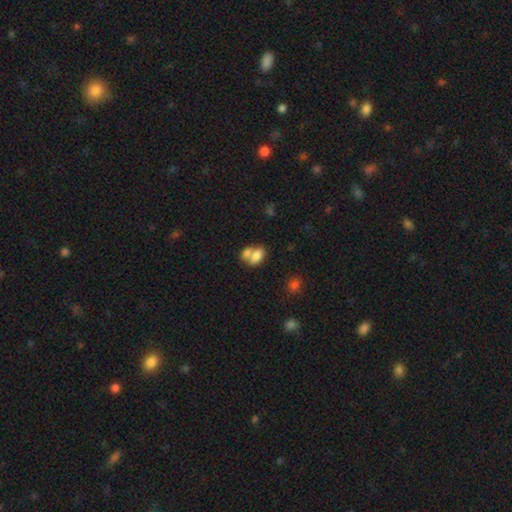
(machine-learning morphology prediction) This is likely a smooth galaxy (76%). How rounded: clearly in between (86%). Merging: possibly merger (59%).